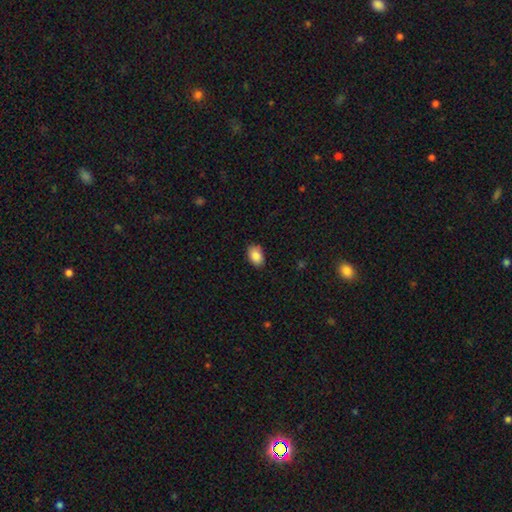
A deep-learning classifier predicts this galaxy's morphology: This appears to be a smooth galaxy with no disk features (87%) that is in between round and cigar-shaped (86%). Merging: none (86%).